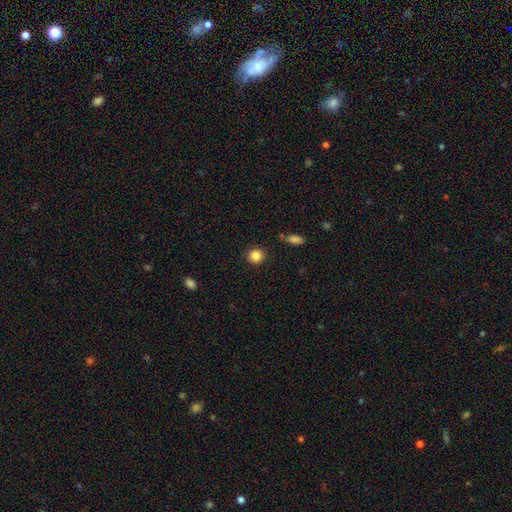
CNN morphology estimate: This is clearly a smooth galaxy (86%). How rounded: clearly round (91%). Merging: clearly none (89%).